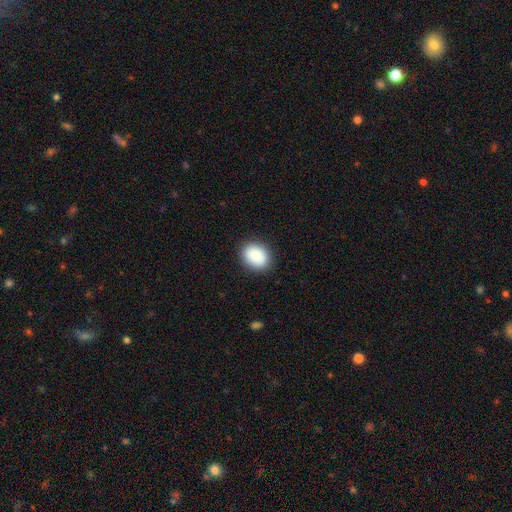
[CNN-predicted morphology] smooth 87%, star or artifact 7%, featured or disk 6%. Down the decision tree: how rounded — in between (57%); merging — none (87%).